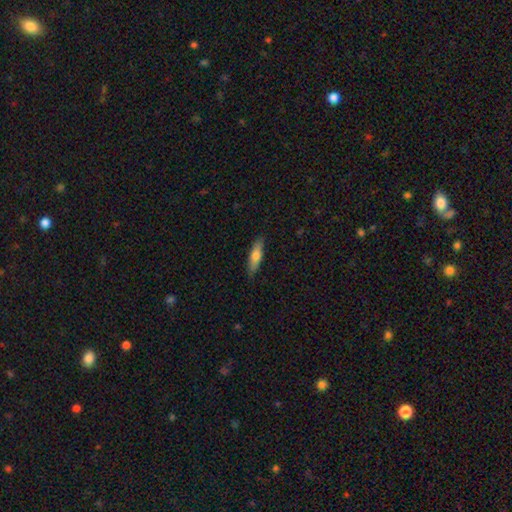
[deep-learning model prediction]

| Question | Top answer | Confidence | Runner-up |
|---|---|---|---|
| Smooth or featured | smooth | 65% | featured or disk (29%) |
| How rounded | cigar-shaped | 64% | in between (34%) |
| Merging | none | 88% | minor disturbance (10%) |